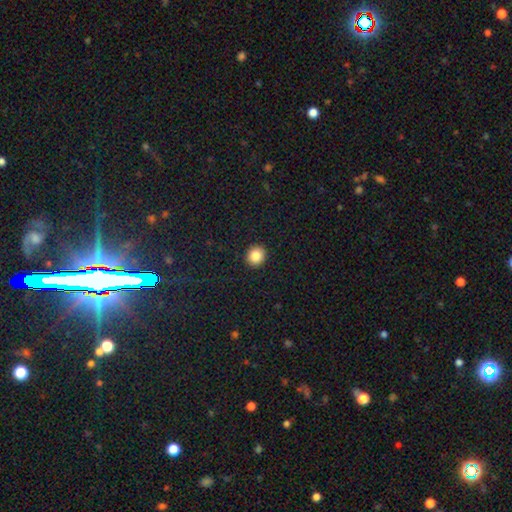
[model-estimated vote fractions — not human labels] Q: Smooth or featured?
A: smooth (85%); runner-up: star or artifact (10%)
Q: How rounded?
A: round (84%); runner-up: in between (16%)
Q: Merging?
A: none (92%); runner-up: minor disturbance (5%)